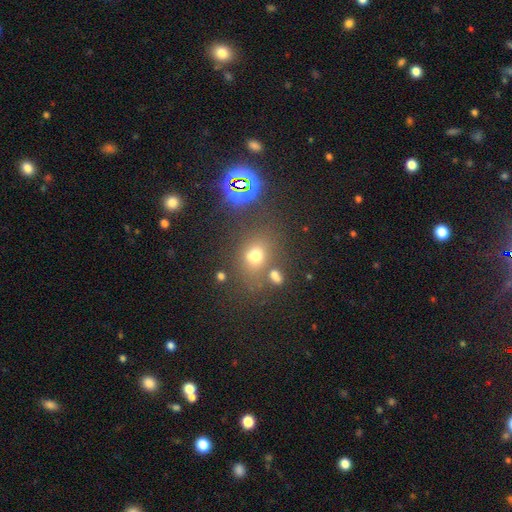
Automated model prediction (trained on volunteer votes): The model was most divided on "how rounded": round: 52%, in between: 47%, cigar-shaped: 2%. More confident: smooth or featured — smooth (63%); merging — none (59%).